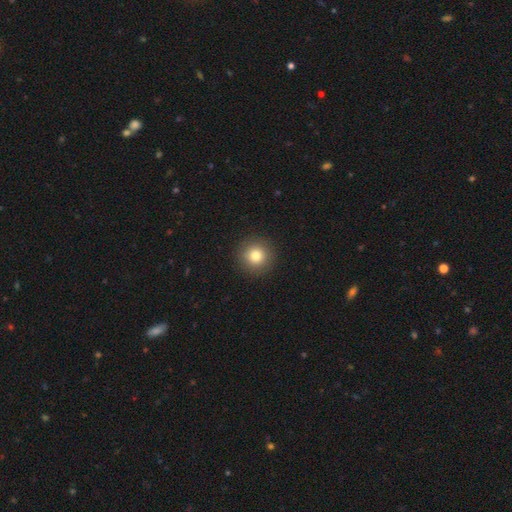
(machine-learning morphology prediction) This is clearly a smooth galaxy (81%). How rounded: clearly round (95%). Merging: clearly none (92%).